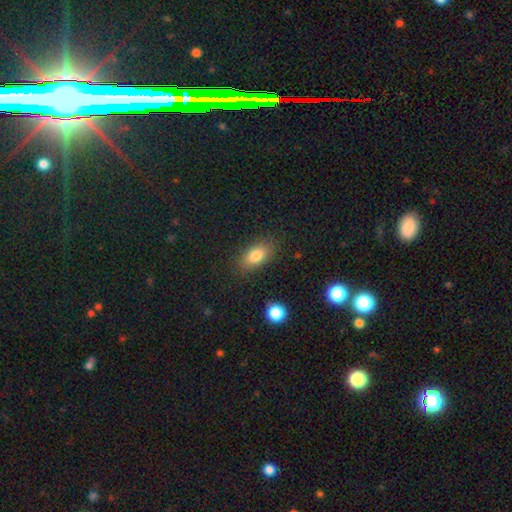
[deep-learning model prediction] A smooth galaxy with no disk features (81%) that is in between round and cigar-shaped (87%).

Vote fractions:
- Smooth or featured? smooth: 81% / featured or disk: 10% / star or artifact: 9%
- How rounded? in between: 87% / round: 7% / cigar-shaped: 5%
- Merging? none: 84% / minor disturbance: 11% / major disturbance: 3% / merger: 2%